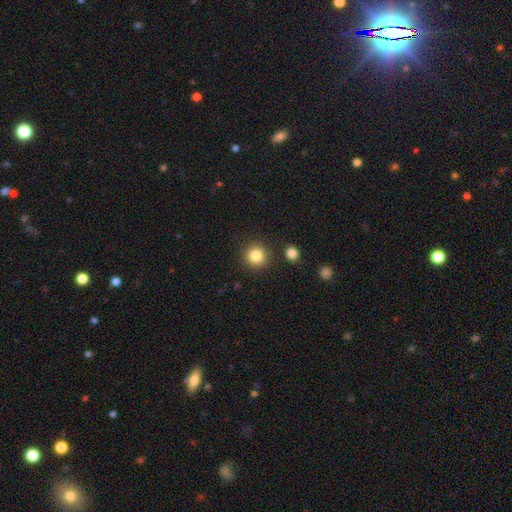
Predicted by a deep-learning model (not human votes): Smooth or featured: smooth — 84% (star or artifact — 10%)
How rounded: round — 93% (in between — 6%)
Merging: none — 88% (minor disturbance — 7%)